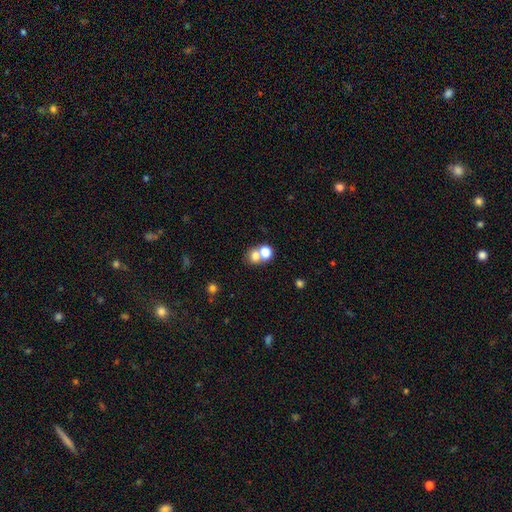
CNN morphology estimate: smooth-or-featured: smooth: 72% | star or artifact: 16% | featured or disk: 12%
  how-rounded: round: 75% | in between: 24% | cigar-shaped: 1%
  merging: none: 46% | merger: 44% | minor disturbance: 7% | major disturbance: 4%